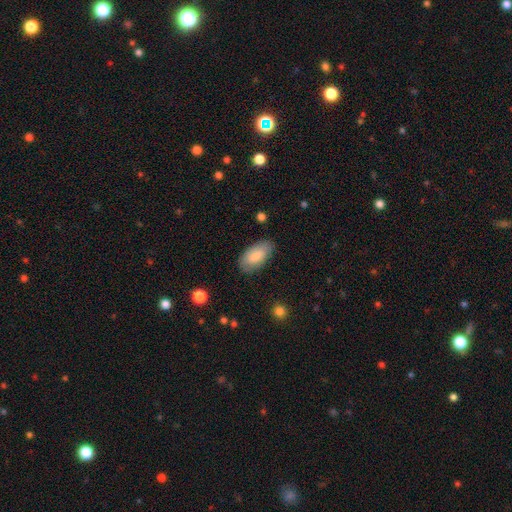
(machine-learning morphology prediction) A smooth galaxy with no disk features (83%) that is in between round and cigar-shaped (93%). Merging: none (82%).